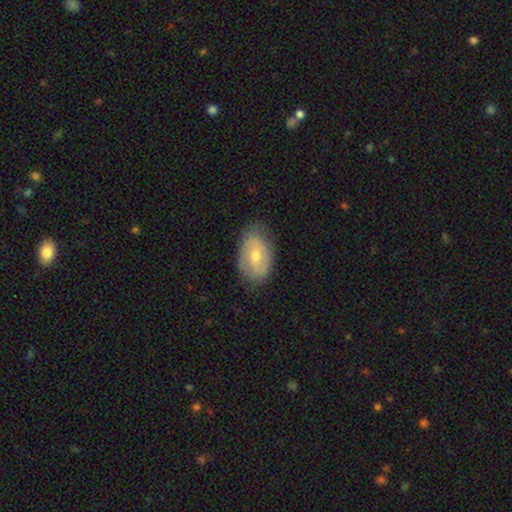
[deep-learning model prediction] smooth_or_featured: featured or disk (p=0.56) [alt: smooth p=0.38]
disk_edge_on: no (p=0.95) [alt: yes p=0.05]
bar: weak (p=0.44) [alt: no p=0.43]
has_spiral_arms: yes (p=0.69) [alt: no p=0.31]
bulge_size: moderate (p=0.58) [alt: small p=0.38]
merging: none (p=0.75) [alt: minor disturbance p=0.19]